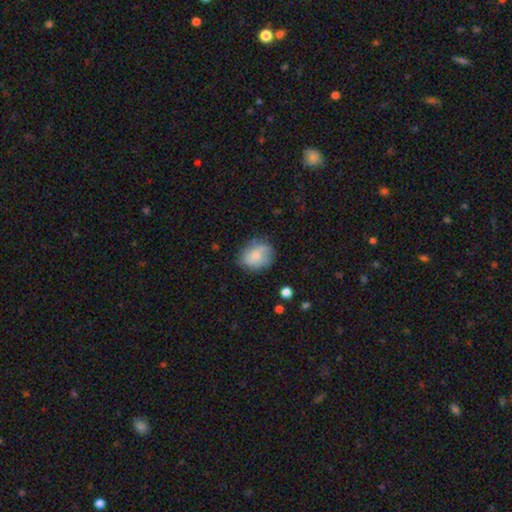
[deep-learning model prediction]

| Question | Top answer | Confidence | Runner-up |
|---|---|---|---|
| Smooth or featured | smooth | 68% | featured or disk (25%) |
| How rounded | round | 56% | in between (43%) |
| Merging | none | 67% | minor disturbance (23%) |